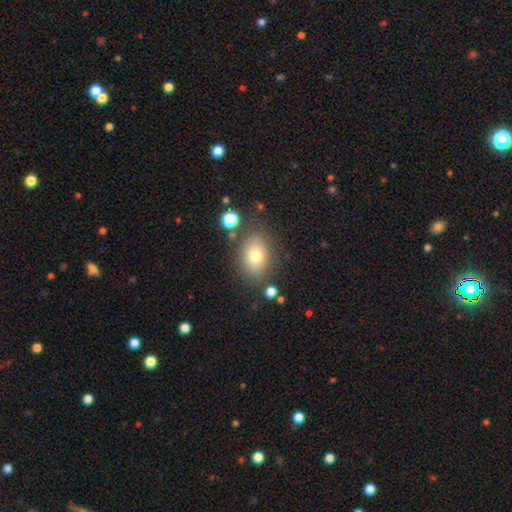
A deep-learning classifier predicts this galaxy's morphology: Q: Smooth or featured?
A: smooth (76%); runner-up: featured or disk (13%)
Q: How rounded?
A: in between (70%); runner-up: round (29%)
Q: Merging?
A: none (78%); runner-up: minor disturbance (13%)